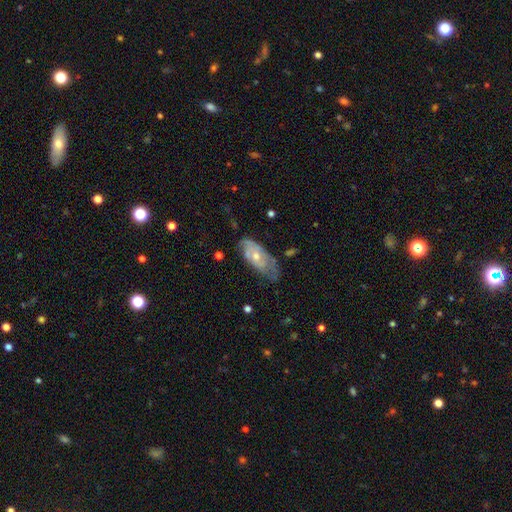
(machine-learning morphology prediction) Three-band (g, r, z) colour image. It shows a featured or disk galaxy (63%) with no bar (77%), spiral arms (71%) and a moderate central bulge (53%). Merging: none (47%).